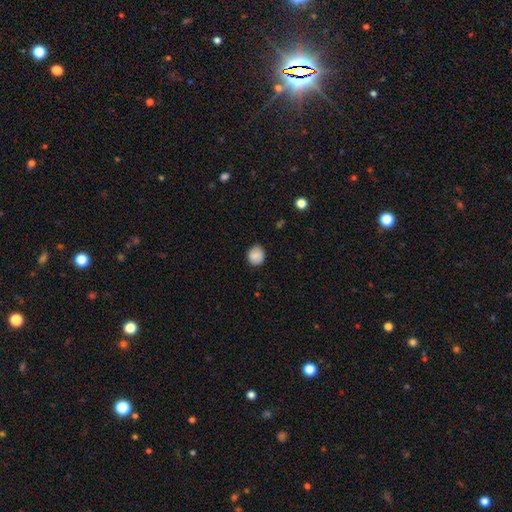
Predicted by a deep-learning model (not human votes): This appears to be a smooth galaxy with no disk features (85%) that is round (79%). Merging: none (82%).